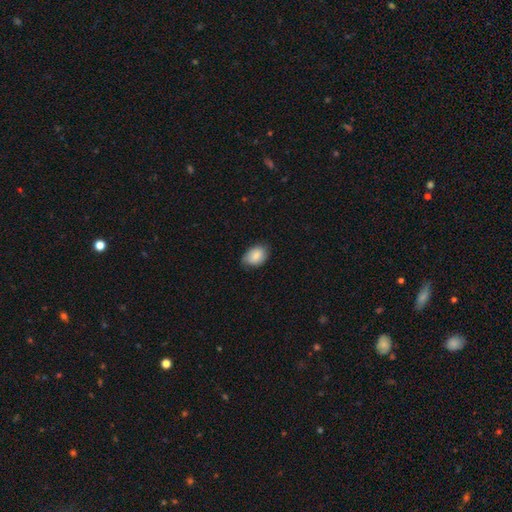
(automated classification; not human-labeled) This is clearly a smooth galaxy (85%). How rounded: clearly in between (82%). Merging: likely none (73%).